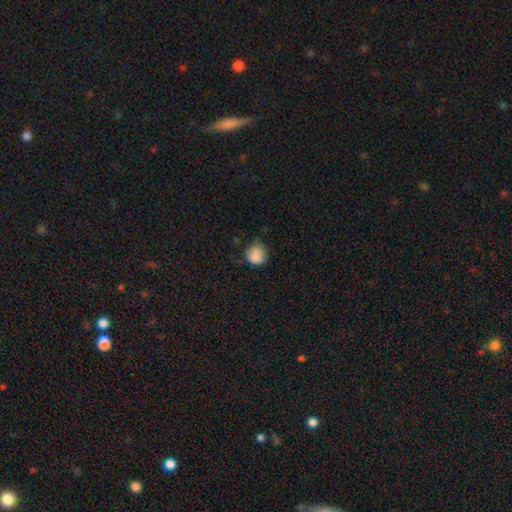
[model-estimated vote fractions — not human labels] This appears to be a smooth galaxy with no disk features (86%) that is round (85%). Merging: none (62%).